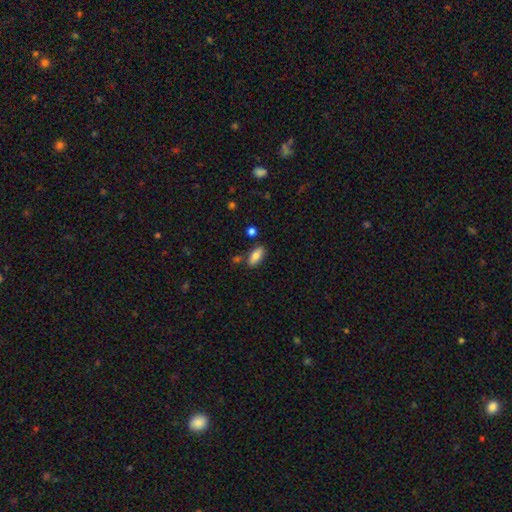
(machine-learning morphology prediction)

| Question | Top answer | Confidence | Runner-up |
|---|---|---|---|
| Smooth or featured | smooth | 81% | featured or disk (12%) |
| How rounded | in between | 86% | cigar-shaped (11%) |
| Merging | none | 79% | minor disturbance (12%) |